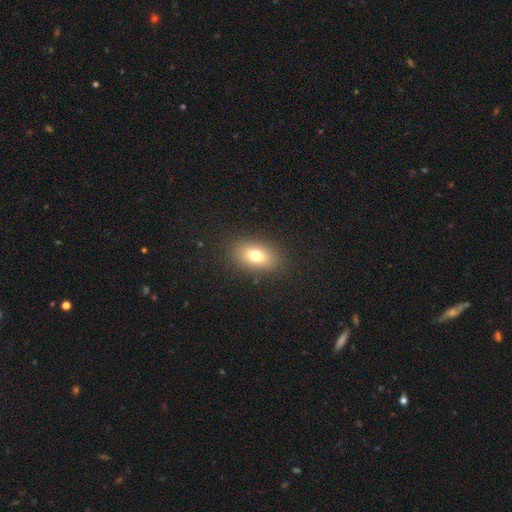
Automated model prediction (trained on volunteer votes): Smooth or featured? Predicted: smooth (p=0.76). How rounded? Predicted: in between (p=0.85). Merging? Predicted: none (p=0.87).